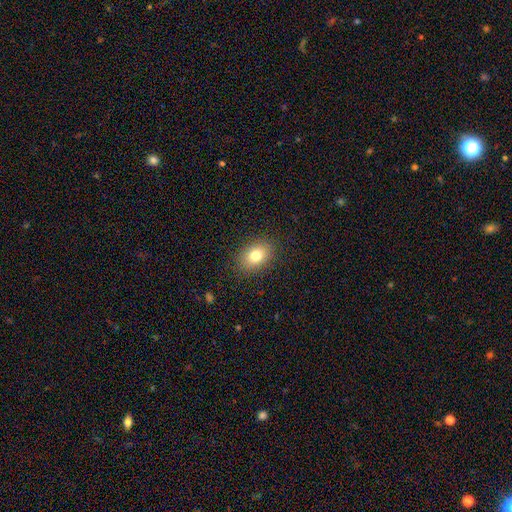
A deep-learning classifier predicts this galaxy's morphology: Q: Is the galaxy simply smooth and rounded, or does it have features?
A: smooth — 79%.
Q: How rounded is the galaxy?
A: in between — 75%.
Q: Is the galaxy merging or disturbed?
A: none — 87%.